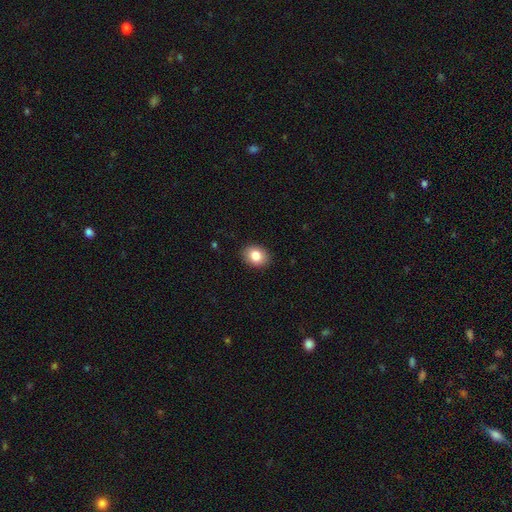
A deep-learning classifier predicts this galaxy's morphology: type=smooth (84%); roundness=in between (57%); merging=none (90%).